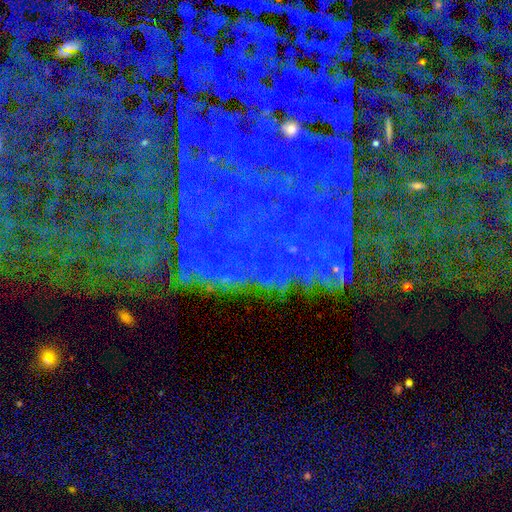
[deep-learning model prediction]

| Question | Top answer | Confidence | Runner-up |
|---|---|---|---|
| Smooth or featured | star or artifact | 81% | featured or disk (10%) |